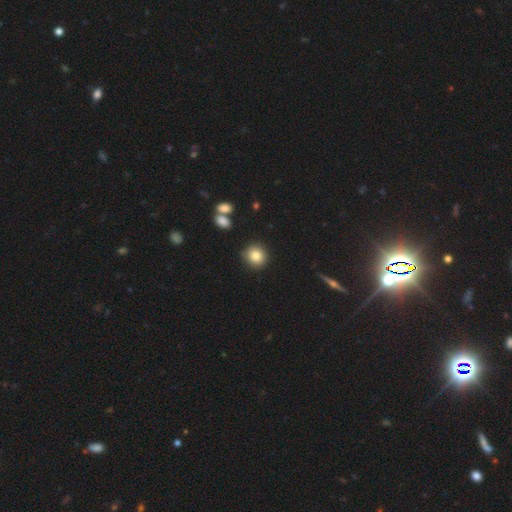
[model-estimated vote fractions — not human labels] This appears to be a smooth galaxy with no disk features (83%) that is round (87%). Merging: none (86%).